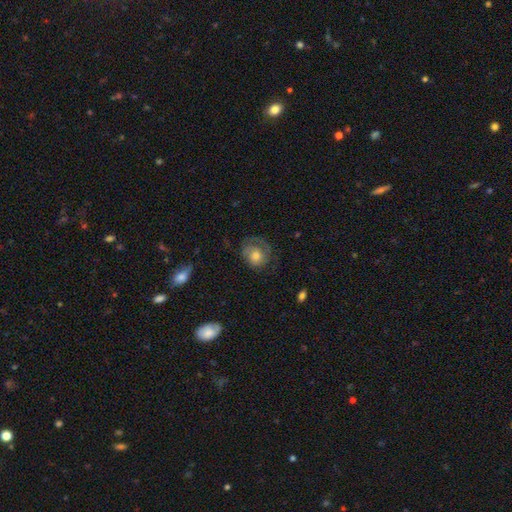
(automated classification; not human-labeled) Overall: featured or disk (46%, tied with smooth). Merging: none (55%; minor disturbance 23%).